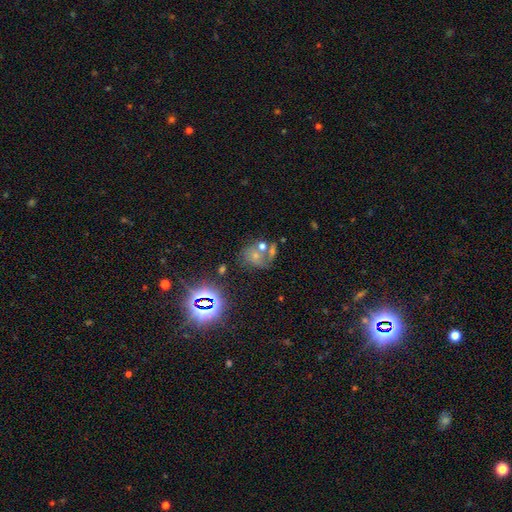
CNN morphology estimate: smooth-or-featured: smooth: 41% | featured or disk: 32% | star or artifact: 27%
  merging: merger: 37% | none: 36% | minor disturbance: 14% | major disturbance: 12%